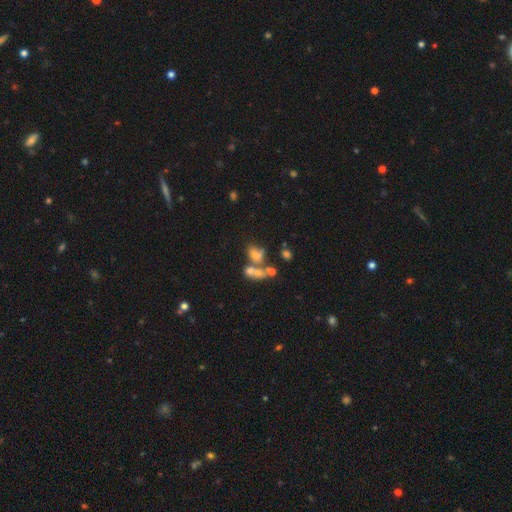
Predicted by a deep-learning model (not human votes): Smooth or featured: smooth — 52% (featured or disk — 26%)
How rounded: in between — 71% (round — 24%)
Merging: merger — 53% (none — 26%)